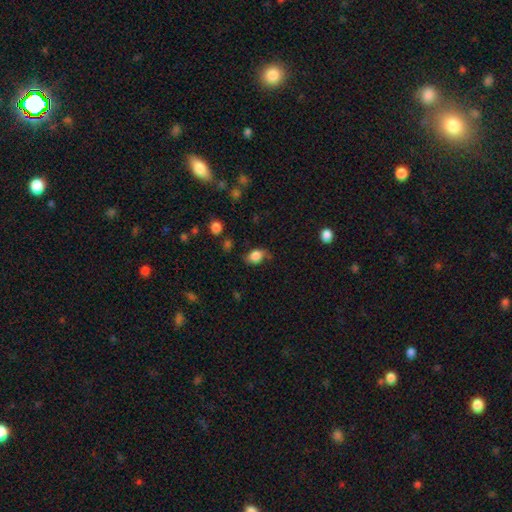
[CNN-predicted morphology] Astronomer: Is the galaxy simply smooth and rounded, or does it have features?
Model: smooth — 82%.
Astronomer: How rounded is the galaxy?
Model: in between — 70%.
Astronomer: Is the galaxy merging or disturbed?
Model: none — 61%.